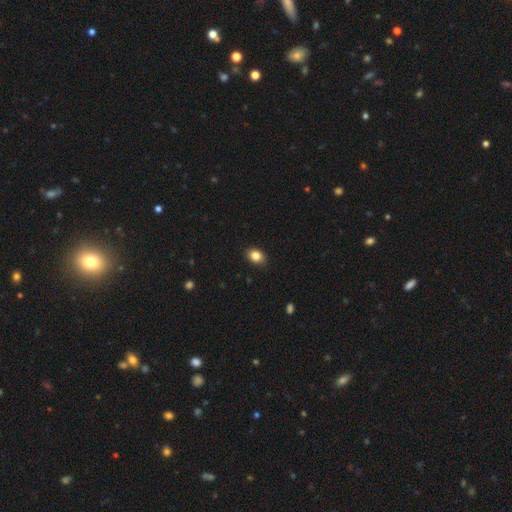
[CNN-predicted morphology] type=smooth (85%); roundness=in between (65%); merging=none (86%).